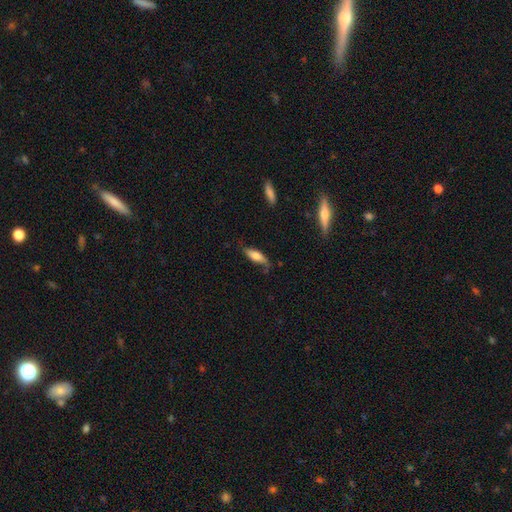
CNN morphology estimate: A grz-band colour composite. It shows a smooth galaxy with no disk features (61%) that is in between round and cigar-shaped (55%). Merging: none (57%).